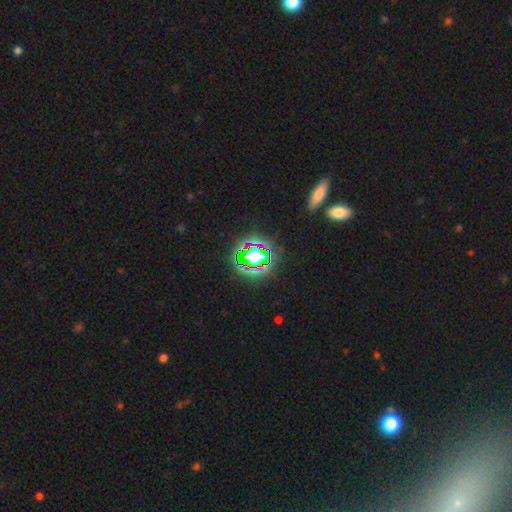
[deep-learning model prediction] The model was most divided on "smooth or featured": star or artifact: 70%, smooth: 18%, featured or disk: 13%.